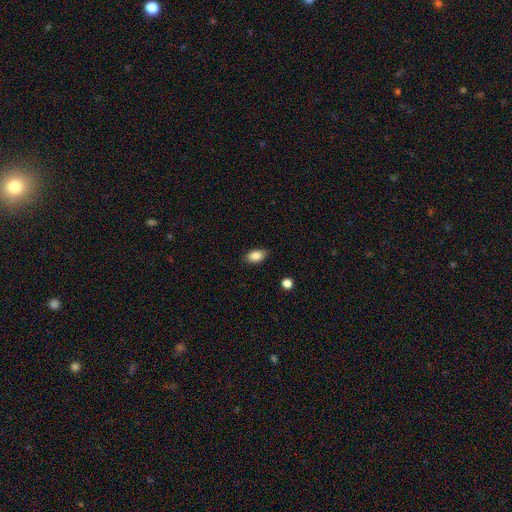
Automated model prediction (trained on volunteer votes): Smooth or featured? Predicted: smooth (p=0.86). How rounded? Predicted: in between (p=0.89). Merging? Predicted: none (p=0.82).